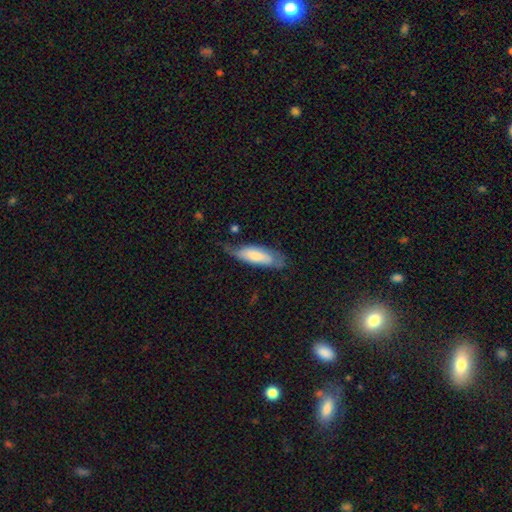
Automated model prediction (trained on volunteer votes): This is likely a smooth galaxy (68%). How rounded: likely in between (63%). Merging: possibly none (50%).